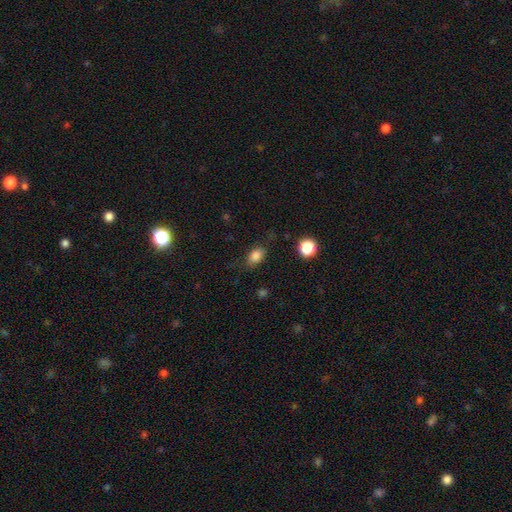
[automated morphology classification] smooth-or-featured: smooth: 82% | star or artifact: 11% | featured or disk: 7%
  how-rounded: in between: 79% | round: 19% | cigar-shaped: 2%
  merging: none: 76% | minor disturbance: 17% | major disturbance: 5% | merger: 2%